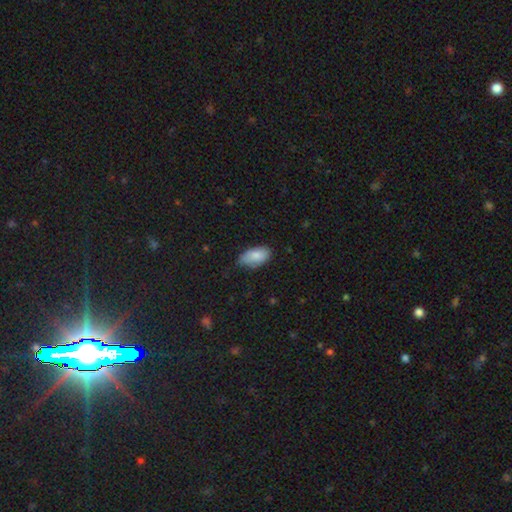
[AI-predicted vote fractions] Smooth or featured: smooth — 83% (featured or disk — 10%)
How rounded: in between — 93% (round — 4%)
Merging: none — 60% (minor disturbance — 33%)